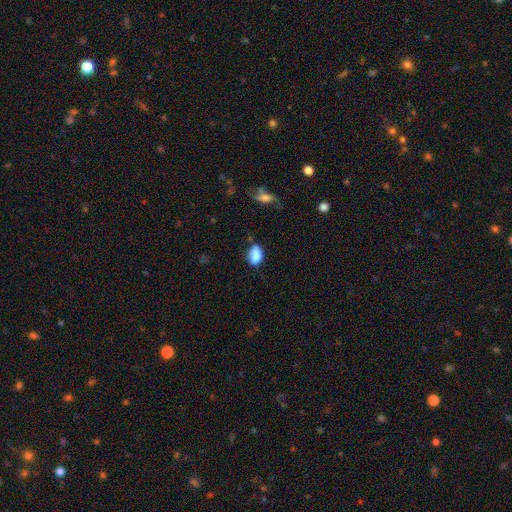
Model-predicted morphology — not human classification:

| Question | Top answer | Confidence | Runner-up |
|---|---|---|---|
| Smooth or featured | smooth | 83% | featured or disk (9%) |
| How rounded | in between | 87% | round (11%) |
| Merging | none | 56% | minor disturbance (30%) |